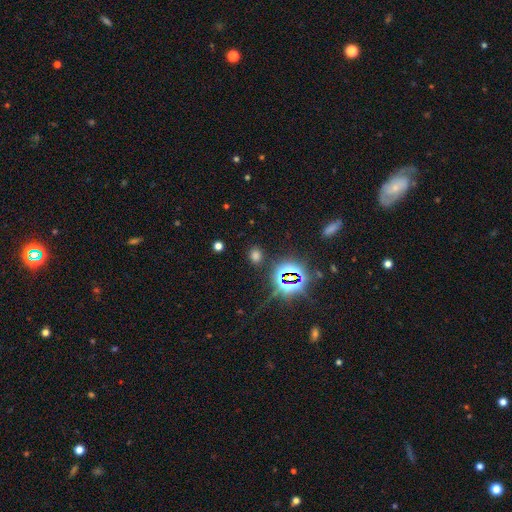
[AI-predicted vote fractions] Smooth or featured: smooth — 58% (star or artifact — 36%)
How rounded: in between — 50% (round — 48%)
Merging: none — 85% (minor disturbance — 9%)